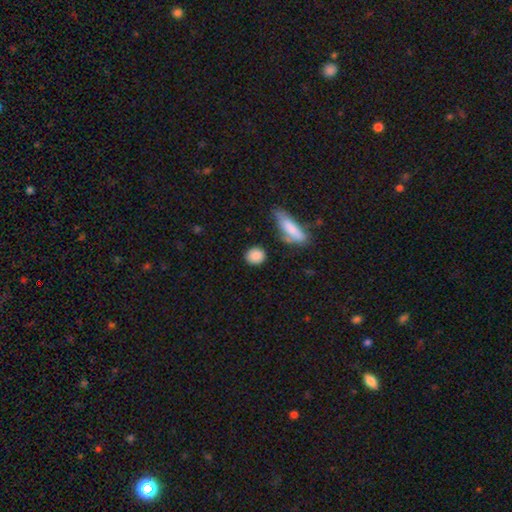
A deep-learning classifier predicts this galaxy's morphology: smooth 87%, star or artifact 7%, featured or disk 6%. Down the decision tree: how rounded — round (73%); merging — none (81%).